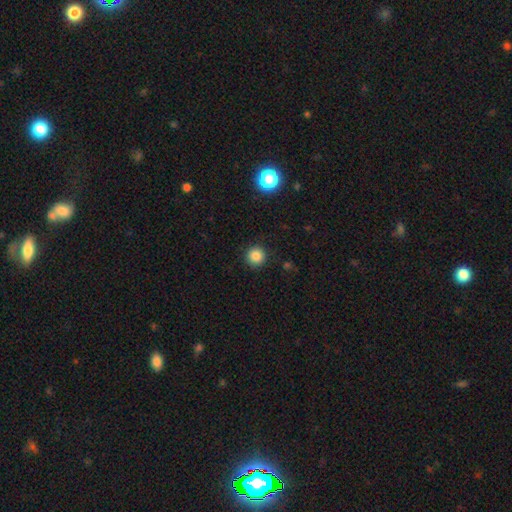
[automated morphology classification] type=smooth (85%); roundness=round (95%); merging=none (92%).